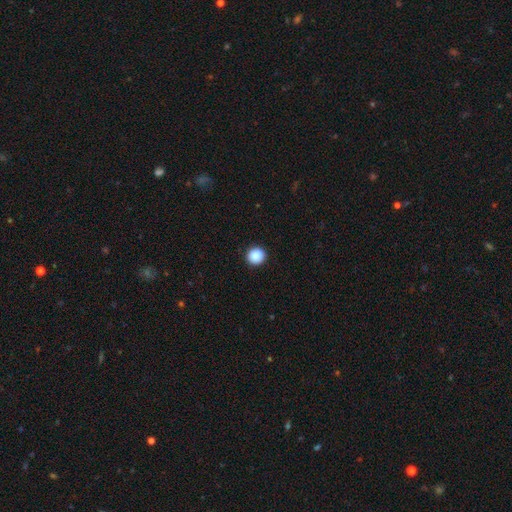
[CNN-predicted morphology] Smooth or featured: smooth — 89% (star or artifact — 9%)
How rounded: round — 94% (in between — 5%)
Merging: none — 93% (minor disturbance — 5%)